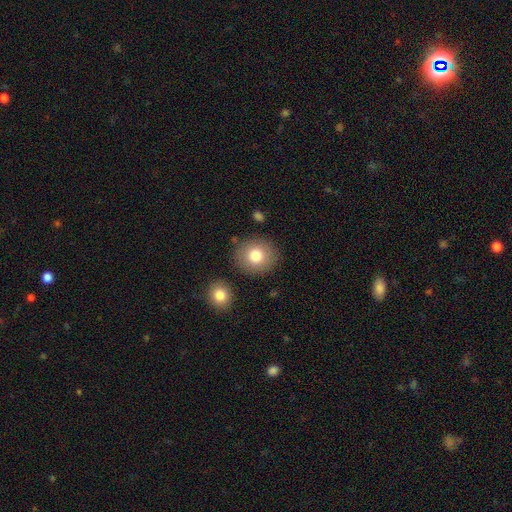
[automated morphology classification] Smooth or featured? Predicted: smooth (p=0.79). How rounded? Predicted: round (p=0.82). Merging? Predicted: none (p=0.84).